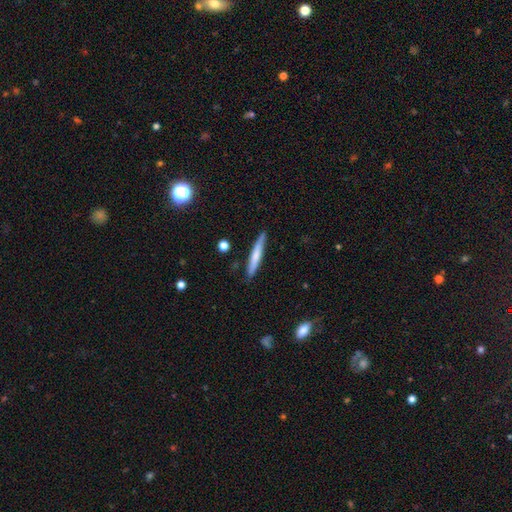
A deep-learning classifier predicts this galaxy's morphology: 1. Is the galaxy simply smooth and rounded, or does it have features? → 62% smooth, 33% featured or disk, 6% star or artifact.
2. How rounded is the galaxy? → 94% cigar-shaped, 5% in between, 1% round.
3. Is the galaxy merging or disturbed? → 84% none, 13% minor disturbance, 2% major disturbance, 2% merger.